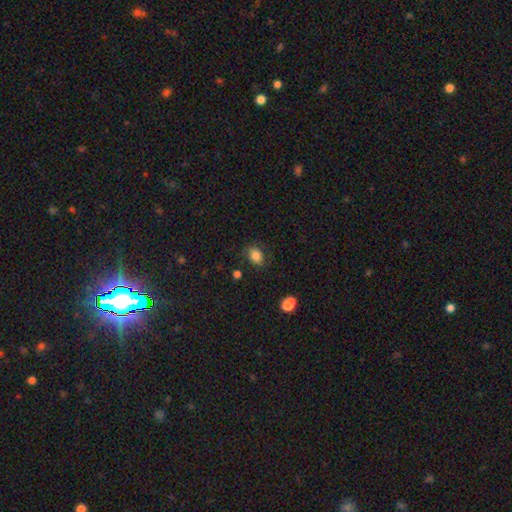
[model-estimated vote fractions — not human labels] Morphology: type=smooth (82%); roundness=in between (66%); merging=none (75%).